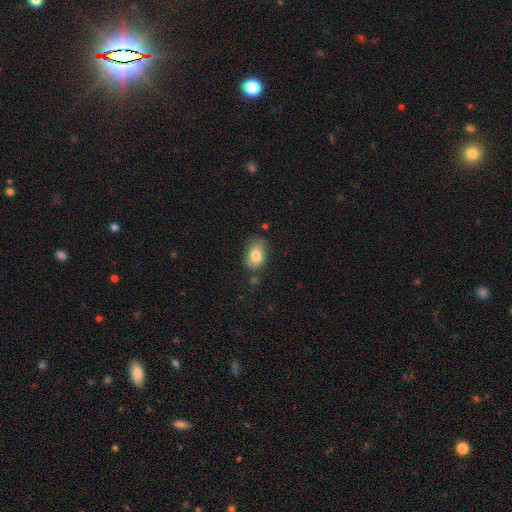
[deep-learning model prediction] Smooth or featured? Predicted: smooth (p=0.81). How rounded? Predicted: in between (p=0.86). Merging? Predicted: none (p=0.60).